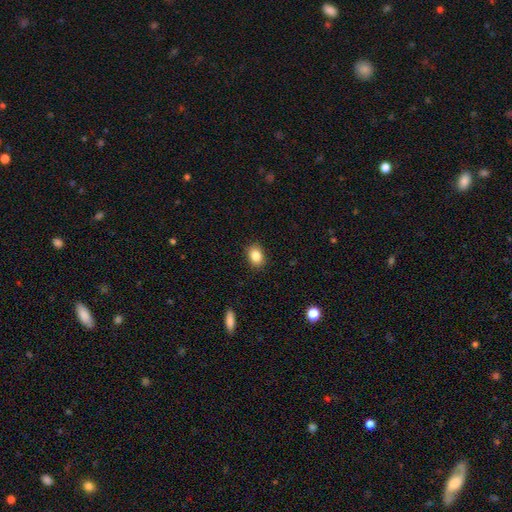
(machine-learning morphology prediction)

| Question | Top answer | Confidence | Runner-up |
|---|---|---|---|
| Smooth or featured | smooth | 85% | star or artifact (9%) |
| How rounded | in between | 67% | round (32%) |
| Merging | none | 89% | minor disturbance (8%) |